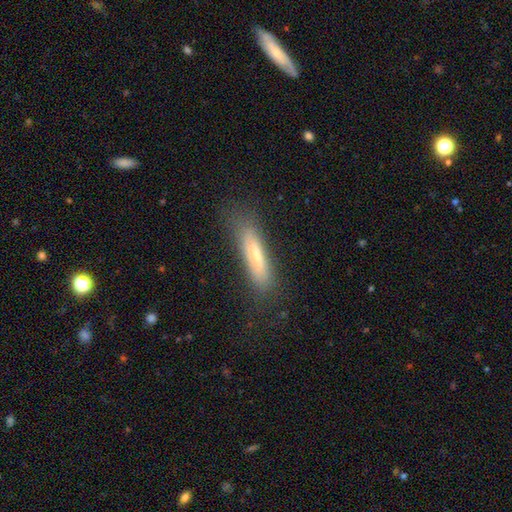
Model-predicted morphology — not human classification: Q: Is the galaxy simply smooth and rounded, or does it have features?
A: smooth — 64%.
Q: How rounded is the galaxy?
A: cigar-shaped — 77%.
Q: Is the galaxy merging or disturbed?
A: none — 78%.